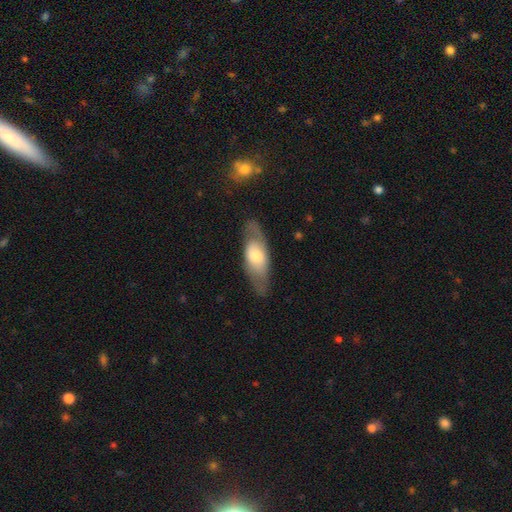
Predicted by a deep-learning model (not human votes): Smooth or featured?
  - smooth: 50% *
  - featured or disk: 44%
  - star or artifact: 6%
Merging?
  - none: 75% *
  - minor disturbance: 16%
  - major disturbance: 7%
  - merger: 1%